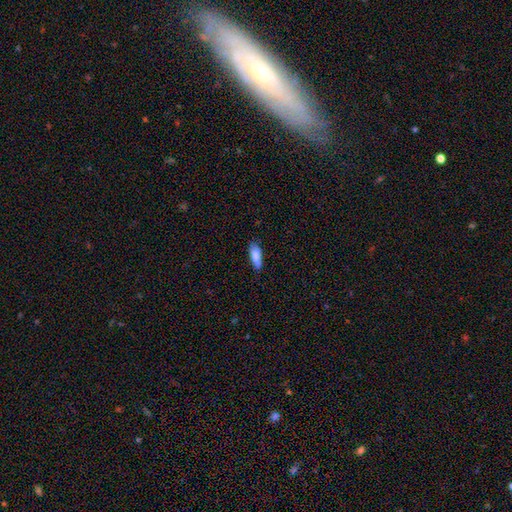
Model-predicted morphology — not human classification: smooth-or-featured: smooth: 84% | featured or disk: 10% | star or artifact: 6%
  how-rounded: in between: 61% | cigar-shaped: 38% | round: 2%
  merging: none: 74% | minor disturbance: 21% | major disturbance: 3% | merger: 2%